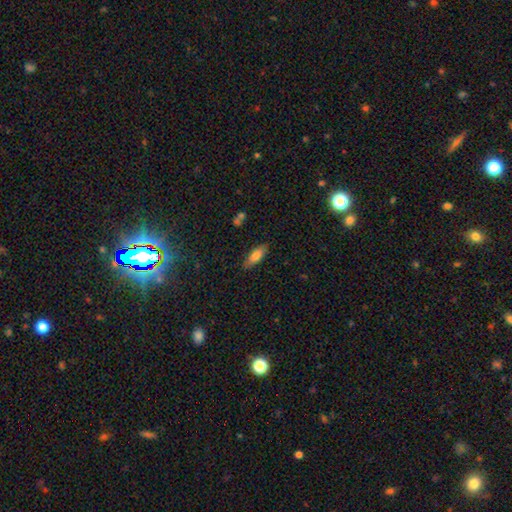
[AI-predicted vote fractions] Smooth or featured: smooth — 75% (featured or disk — 17%)
How rounded: in between — 62% (cigar-shaped — 36%)
Merging: none — 84% (minor disturbance — 12%)